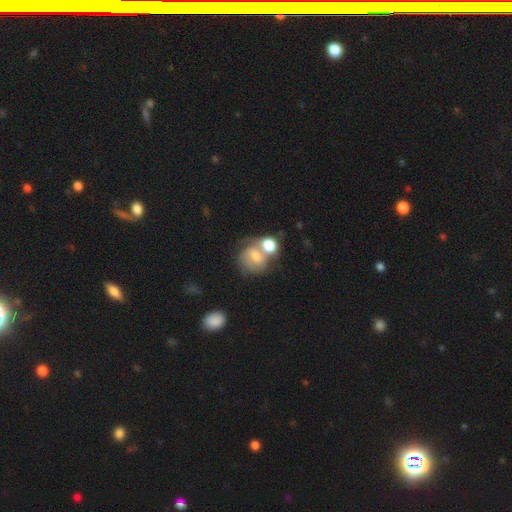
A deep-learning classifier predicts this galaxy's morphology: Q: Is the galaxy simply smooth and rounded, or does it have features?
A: smooth — 51%.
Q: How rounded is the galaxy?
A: round — 66%.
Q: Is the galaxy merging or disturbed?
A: merger — 57%.